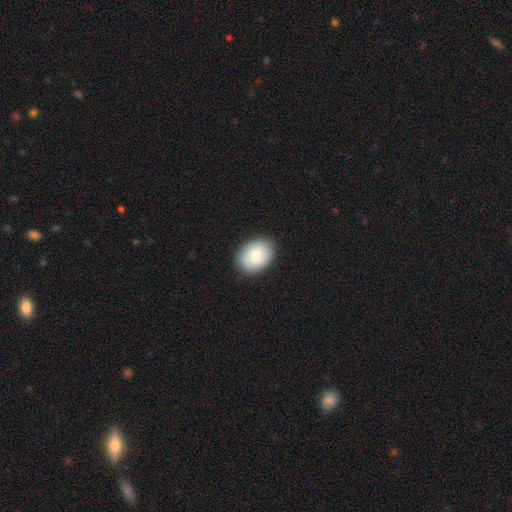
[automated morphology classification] This is likely a smooth galaxy (77%). How rounded: likely in between (70%). Merging: clearly none (85%).